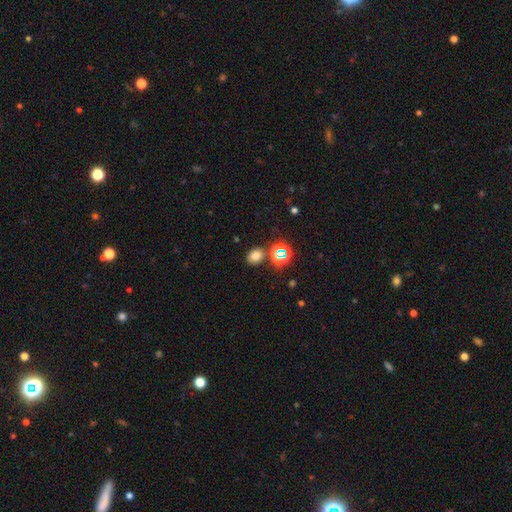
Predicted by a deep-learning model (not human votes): A smooth galaxy with no disk features (72%) that is in between round and cigar-shaped (53%).

Vote fractions:
- Smooth or featured? smooth: 72% / star or artifact: 22% / featured or disk: 6%
- How rounded? in between: 53% / round: 46% / cigar-shaped: 1%
- Merging? none: 81% / minor disturbance: 9% / merger: 7% / major disturbance: 3%